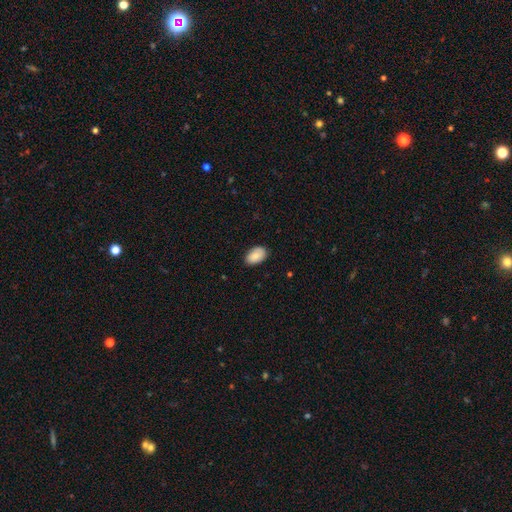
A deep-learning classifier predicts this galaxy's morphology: A smooth galaxy with no disk features (81%) that is in between round and cigar-shaped (91%). Merging: none (83%).